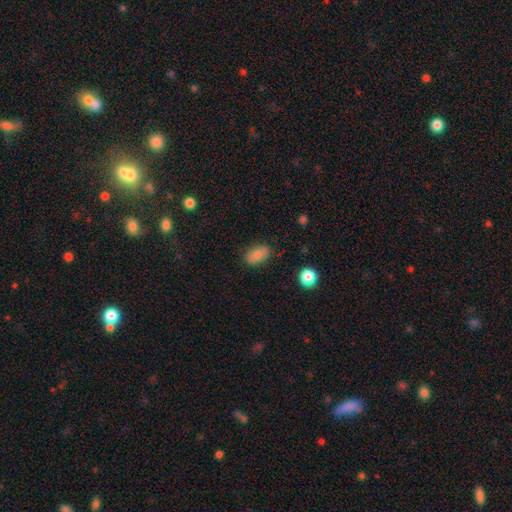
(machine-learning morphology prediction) type=smooth (83%); roundness=in between (88%); merging=none (82%).